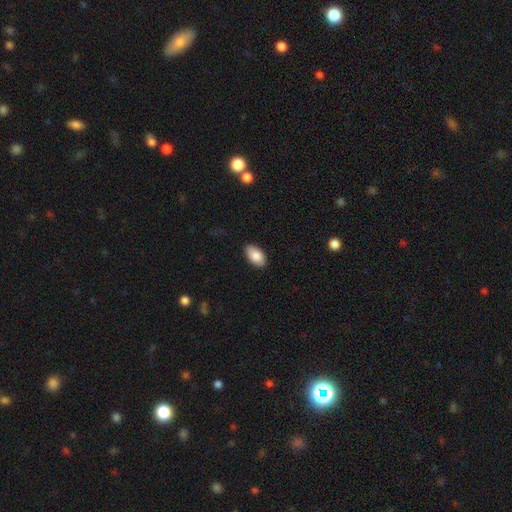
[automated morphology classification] A smooth galaxy with no disk features (87%) that is in between round and cigar-shaped (95%).

Vote fractions:
- Smooth or featured? smooth: 87% / featured or disk: 7% / star or artifact: 6%
- How rounded? in between: 95% / round: 4% / cigar-shaped: 2%
- Merging? none: 88% / minor disturbance: 9% / major disturbance: 2% / merger: 1%